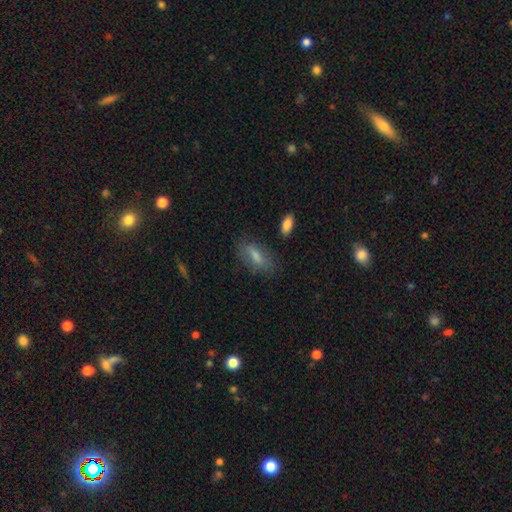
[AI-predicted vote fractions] smooth-or-featured: smooth: 70% | featured or disk: 19% | star or artifact: 11%
  how-rounded: in between: 73% | cigar-shaped: 23% | round: 4%
  merging: none: 77% | minor disturbance: 15% | major disturbance: 5% | merger: 2%